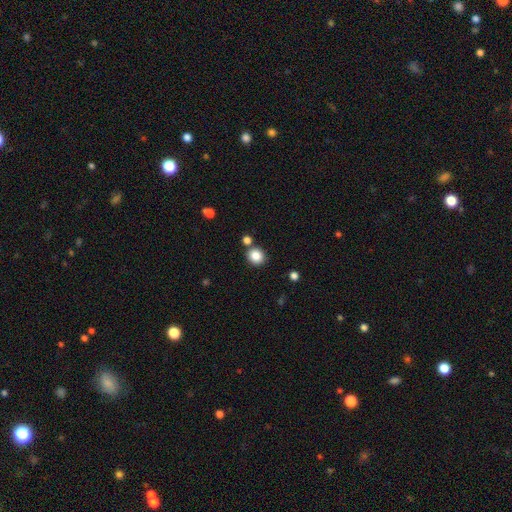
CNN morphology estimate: This appears to be a smooth galaxy with no disk features (84%) that is round (84%). Merging: none (80%).